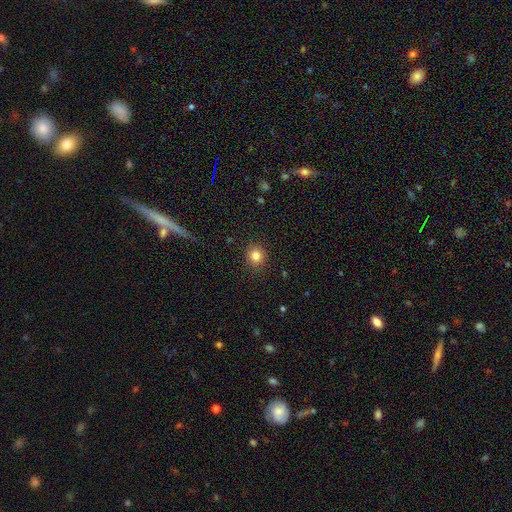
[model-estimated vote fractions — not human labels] Smooth or featured: smooth — 84% (star or artifact — 11%)
How rounded: round — 85% (in between — 14%)
Merging: none — 89% (minor disturbance — 7%)